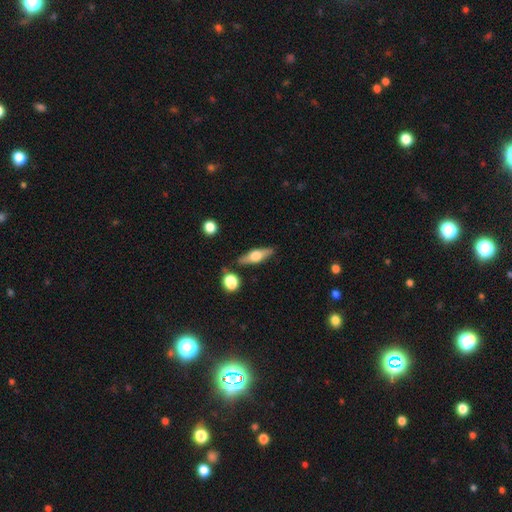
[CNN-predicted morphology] Smooth or featured? featured or disk (55%)
Edge-on disk? yes (92%)
Edge-on bulge? rounded (93%)
Merging? none (82%)